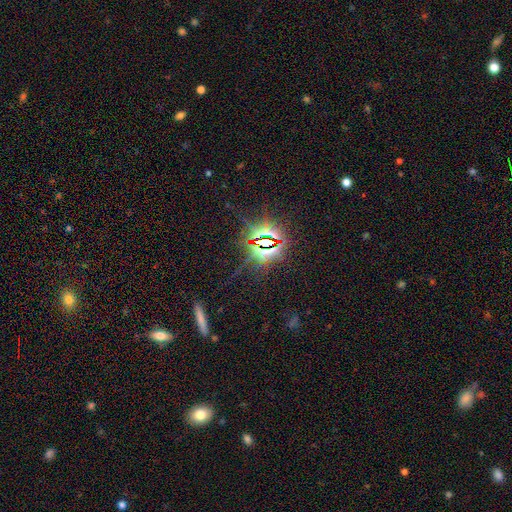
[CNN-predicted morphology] A star or artifact, not a galaxy (82%).

Vote fractions:
- Smooth or featured? star or artifact: 82% / smooth: 9% / featured or disk: 8%